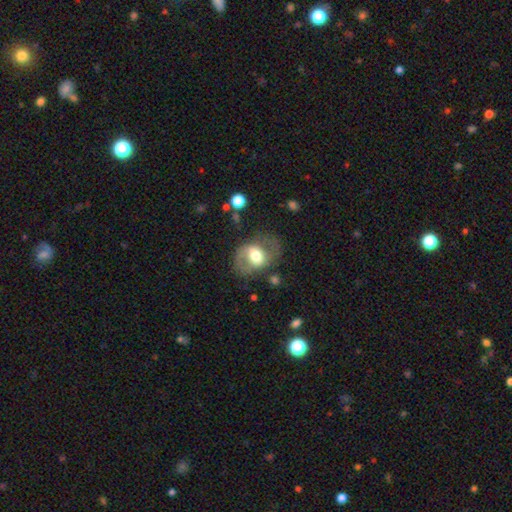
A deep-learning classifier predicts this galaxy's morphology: A featured or disk galaxy (53%) with no bar (41%), spiral arms (54%) and a moderate central bulge (59%). Merging: none (60%).